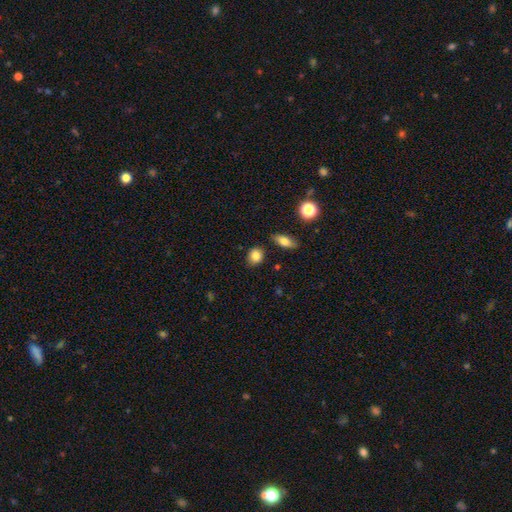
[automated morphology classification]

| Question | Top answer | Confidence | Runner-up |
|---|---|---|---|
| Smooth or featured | smooth | 84% | star or artifact (9%) |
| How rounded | round | 63% | in between (35%) |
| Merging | none | 84% | minor disturbance (11%) |